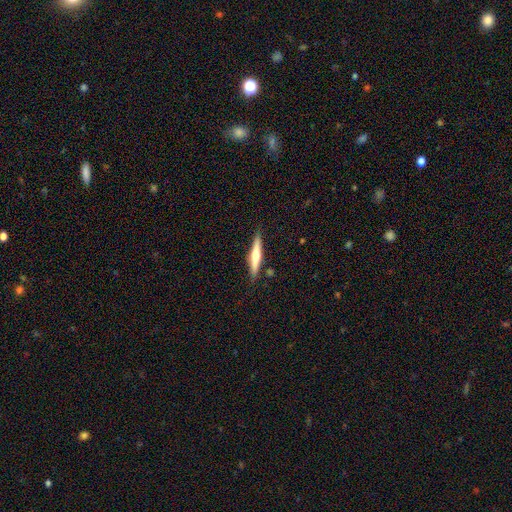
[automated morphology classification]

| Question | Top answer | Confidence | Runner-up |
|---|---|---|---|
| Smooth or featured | featured or disk | 58% | smooth (36%) |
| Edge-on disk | yes | 97% | no (3%) |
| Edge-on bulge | rounded | 90% | none (6%) |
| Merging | none | 86% | minor disturbance (10%) |